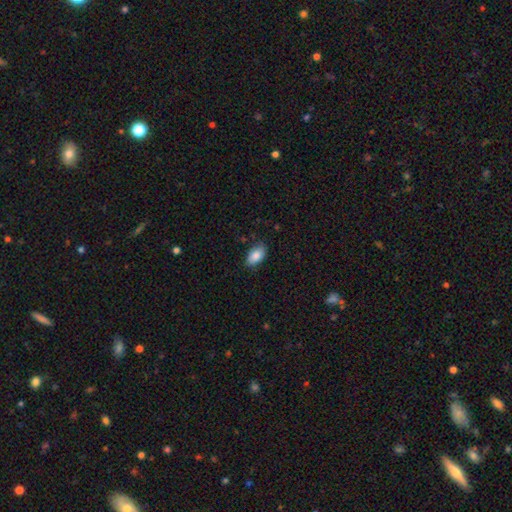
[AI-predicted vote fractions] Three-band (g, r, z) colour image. It shows a smooth galaxy with no disk features (86%) that is in between round and cigar-shaped (93%). Merging: none (79%).